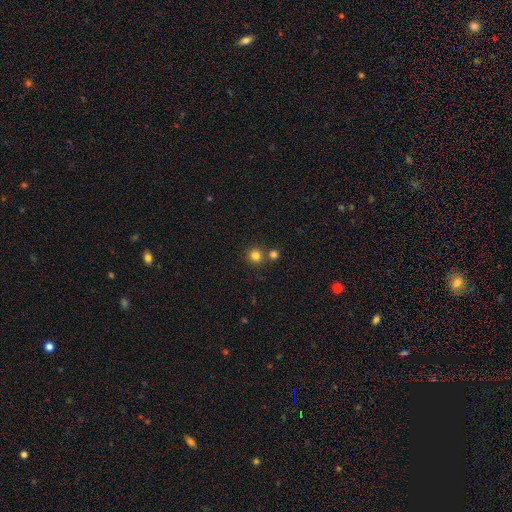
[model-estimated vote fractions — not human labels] This appears to be a smooth galaxy with no disk features (81%) that is round (92%). Merging: none (72%).